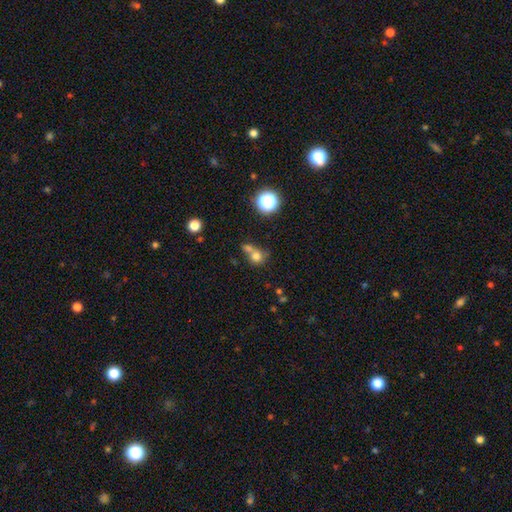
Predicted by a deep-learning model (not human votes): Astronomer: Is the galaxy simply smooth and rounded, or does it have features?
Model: smooth — 73%.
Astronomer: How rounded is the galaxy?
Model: round — 81%.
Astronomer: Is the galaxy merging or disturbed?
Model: merger — 47% (runner-up: none, 37%).